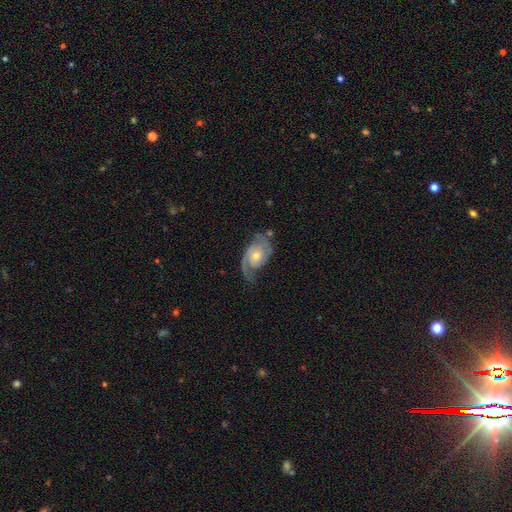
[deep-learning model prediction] This is clearly a featured or disk galaxy (88%). It is clearly not viewed edge-on (97%). Bar: likely no (68%). Spiral arm pattern: clearly yes (97%). Spiral arm count: clearly 2 (83%). Spiral winding: possibly medium (46%). Central bulge: possibly moderate (53%). Merging: likely none (69%).